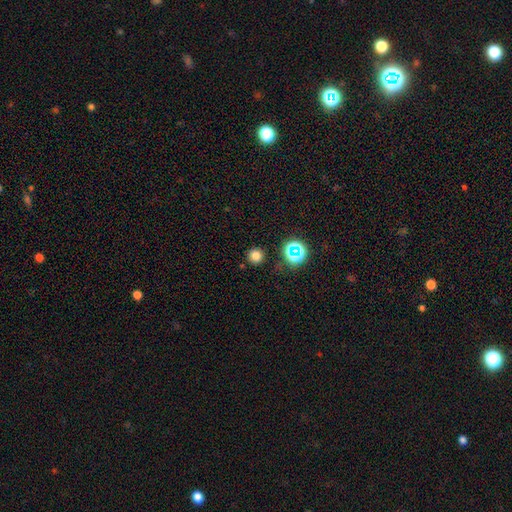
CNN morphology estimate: smooth_or_featured: smooth (p=0.75) [alt: star or artifact p=0.19]
how_rounded: round (p=0.94) [alt: in between p=0.05]
merging: none (p=0.89) [alt: minor disturbance p=0.06]